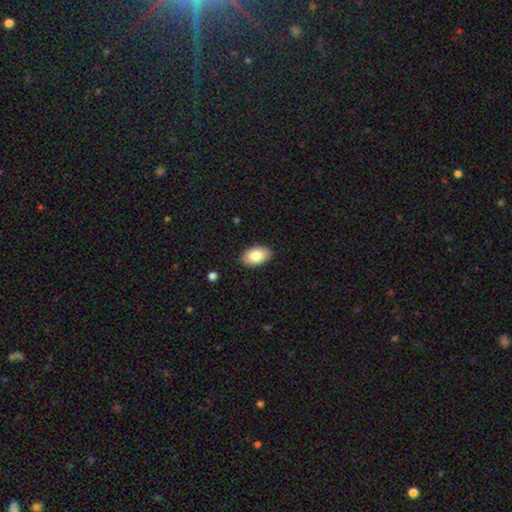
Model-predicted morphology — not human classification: A smooth galaxy with no disk features (83%) that is in between round and cigar-shaped (92%).

Vote fractions:
- Smooth or featured? smooth: 83% / featured or disk: 10% / star or artifact: 7%
- How rounded? in between: 92% / round: 7% / cigar-shaped: 1%
- Merging? none: 89% / minor disturbance: 8% / major disturbance: 2% / merger: 1%